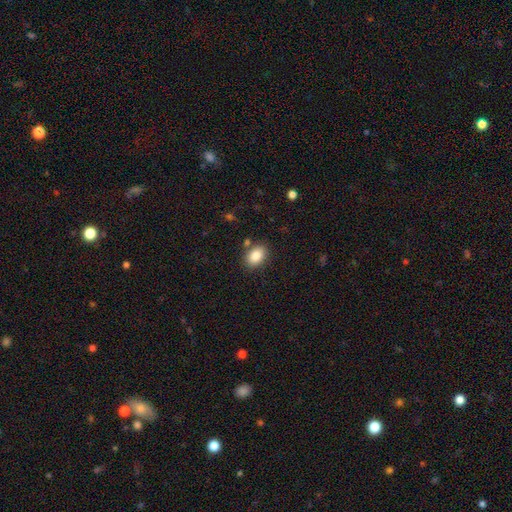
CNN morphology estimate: smooth-or-featured: smooth: 86% | star or artifact: 8% | featured or disk: 6%
  how-rounded: in between: 80% | round: 19% | cigar-shaped: 1%
  merging: none: 83% | minor disturbance: 10% | merger: 4% | major disturbance: 3%